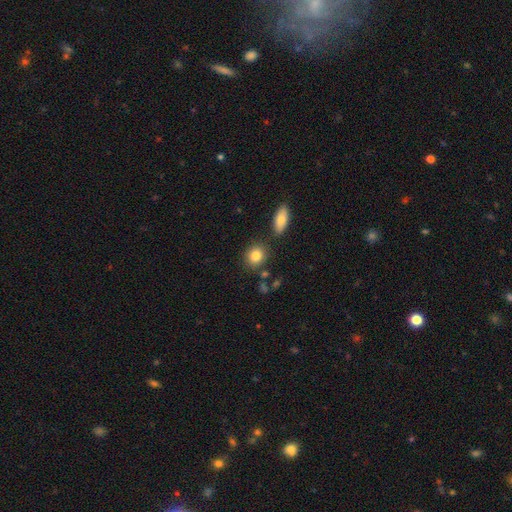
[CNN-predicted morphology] Overall: smooth (84%). How rounded: round (68%; in between 30%). Merging: none (78%).